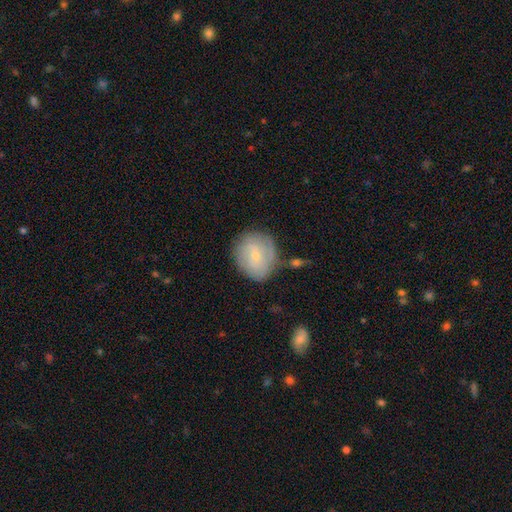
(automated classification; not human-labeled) This appears to be a smooth galaxy with no disk features (53%) that is round (75%). Merging: none (69%).